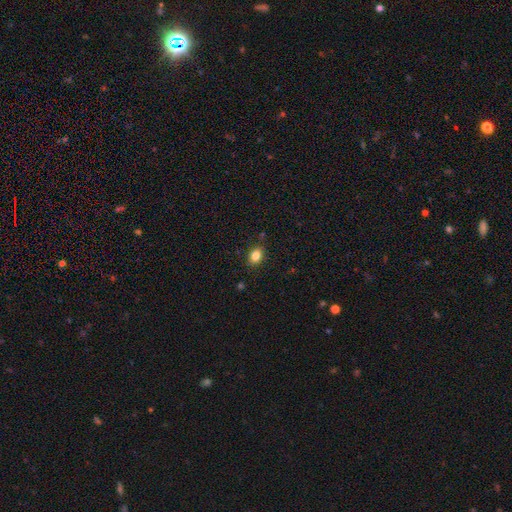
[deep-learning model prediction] smooth_or_featured: smooth (p=0.83) [alt: star or artifact p=0.11]
how_rounded: in between (p=0.63) [alt: round p=0.36]
merging: none (p=0.86) [alt: minor disturbance p=0.10]